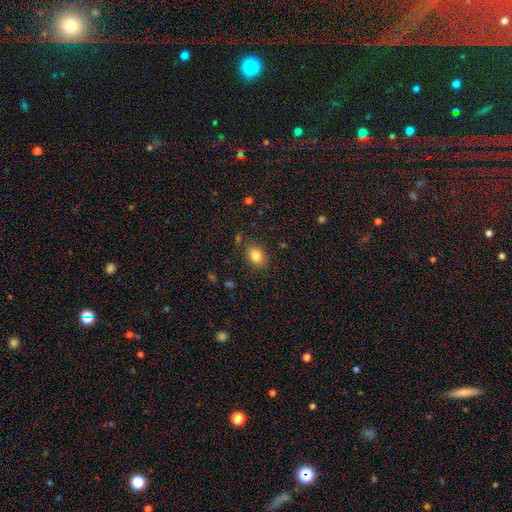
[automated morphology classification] smooth_or_featured: smooth (p=0.83) [alt: star or artifact p=0.10]
how_rounded: in between (p=0.69) [alt: round p=0.30]
merging: none (p=0.81) [alt: minor disturbance p=0.12]